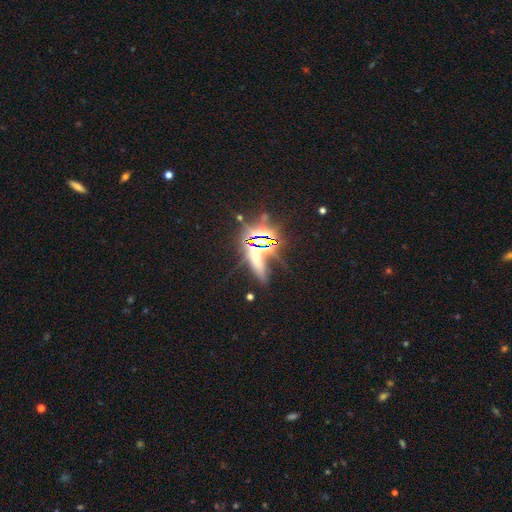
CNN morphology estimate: Overall: star or artifact (58%; smooth 23%).